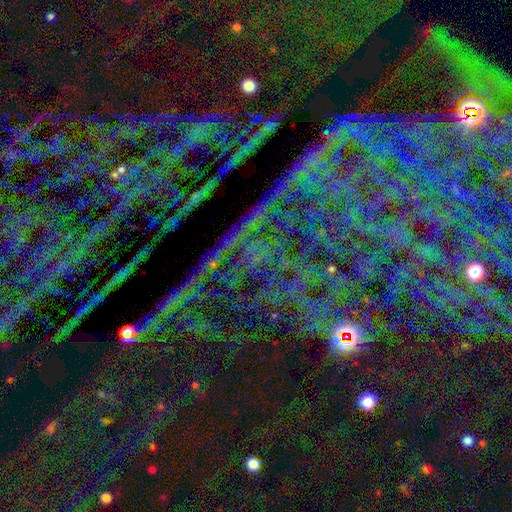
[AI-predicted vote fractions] smooth-or-featured: star or artifact: 82% | featured or disk: 9% | smooth: 9%